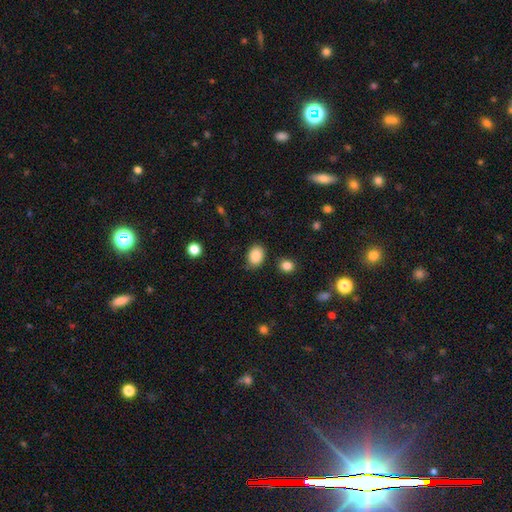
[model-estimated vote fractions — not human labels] A smooth galaxy with no disk features (88%) that is in between round and cigar-shaped (69%).

Vote fractions:
- Smooth or featured? smooth: 88% / star or artifact: 8% / featured or disk: 4%
- How rounded? in between: 69% / round: 30% / cigar-shaped: 1%
- Merging? none: 80% / minor disturbance: 13% / major disturbance: 3% / merger: 3%